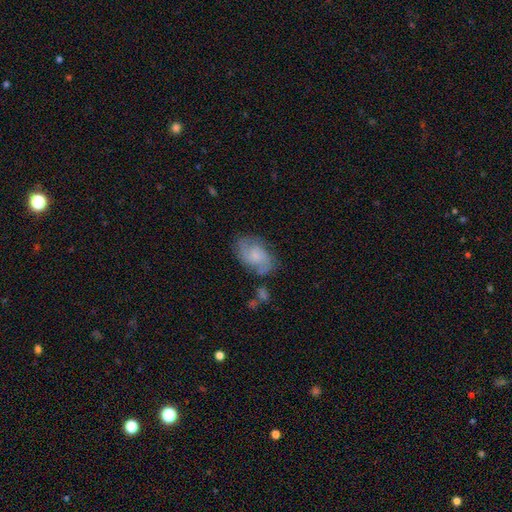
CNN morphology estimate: Smooth or featured: featured or disk — 55% (smooth — 36%)
Edge-on disk: no — 96% (yes — 4%)
Bar: no — 65% (weak — 30%)
Spiral arms: yes — 87% (no — 13%)
Bulge size: small — 44% (moderate — 26%)
Merging: none — 63% (minor disturbance — 22%)